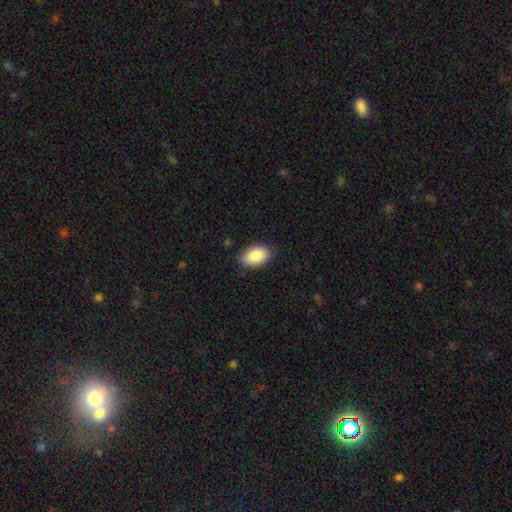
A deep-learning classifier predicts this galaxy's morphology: smooth-or-featured: smooth: 89% | star or artifact: 6% | featured or disk: 4%
  how-rounded: in between: 93% | round: 6% | cigar-shaped: 1%
  merging: none: 84% | minor disturbance: 13% | major disturbance: 2% | merger: 1%